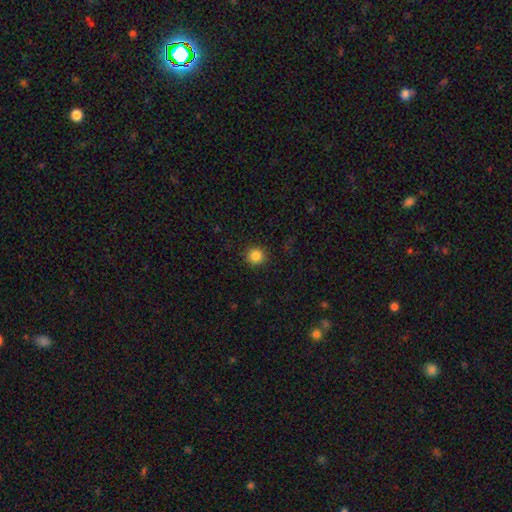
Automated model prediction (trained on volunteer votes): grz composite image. It shows a smooth galaxy with no disk features (86%) that is round (94%). Merging: none (91%).